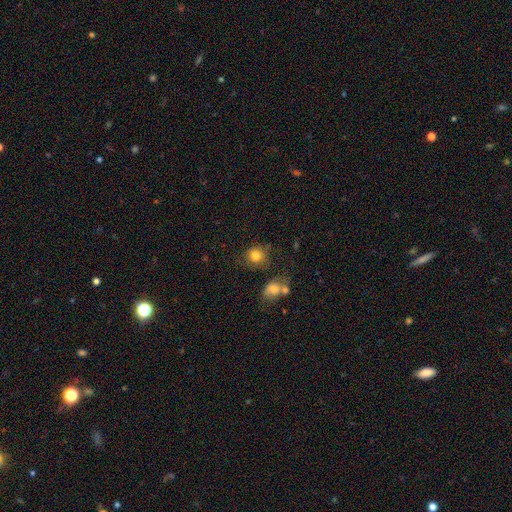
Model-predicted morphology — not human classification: The model was most divided on "merging": none: 70%, minor disturbance: 16%, merger: 9%, major disturbance: 6%. More confident: how rounded — round (82%); smooth or featured — smooth (80%).